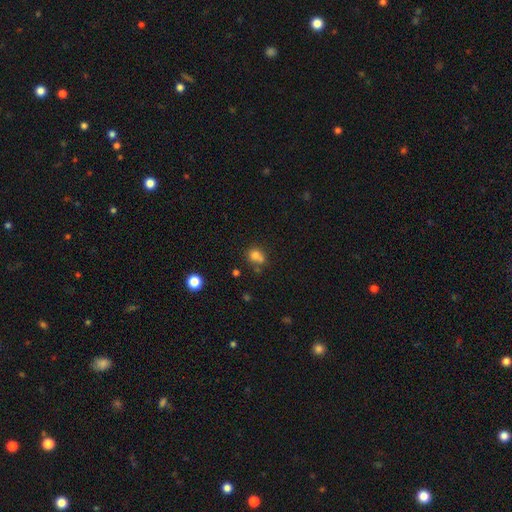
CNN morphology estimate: Smooth or featured? Predicted: smooth (p=0.75). How rounded? Predicted: round (p=0.69). Merging? Predicted: none (p=0.45).